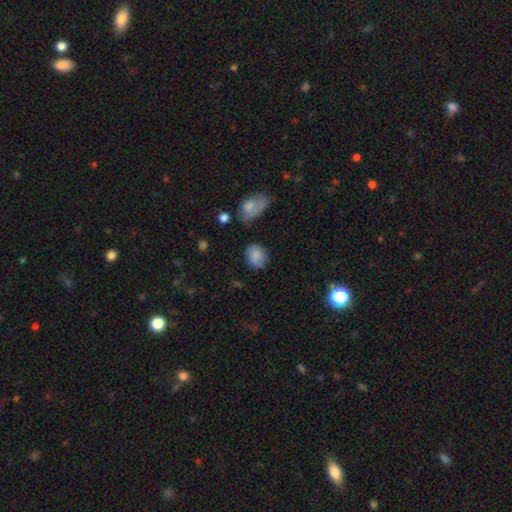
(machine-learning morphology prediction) This appears to be a smooth galaxy with no disk features (84%) that is round (52%). Merging: none (73%).